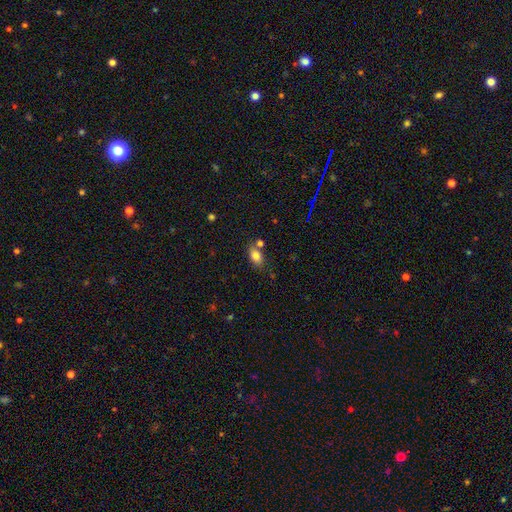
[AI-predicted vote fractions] Overall: smooth (81%). How rounded: in between (85%). Merging: none (64%).